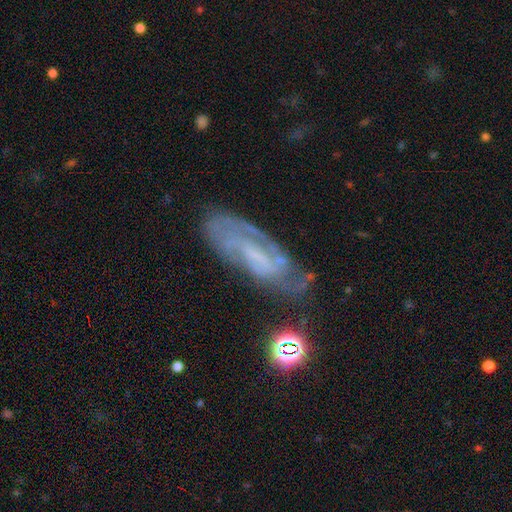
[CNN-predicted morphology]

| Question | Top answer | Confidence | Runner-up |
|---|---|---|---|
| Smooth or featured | featured or disk | 73% | smooth (17%) |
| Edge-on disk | no | 85% | yes (15%) |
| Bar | weak | 41% | no (39%) |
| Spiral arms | yes | 87% | no (13%) |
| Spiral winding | tight | 52% | medium (36%) |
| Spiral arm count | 2 | 39% | can't tell (38%) |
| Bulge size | none | 44% | small (33%) |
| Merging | none | 62% | minor disturbance (23%) |